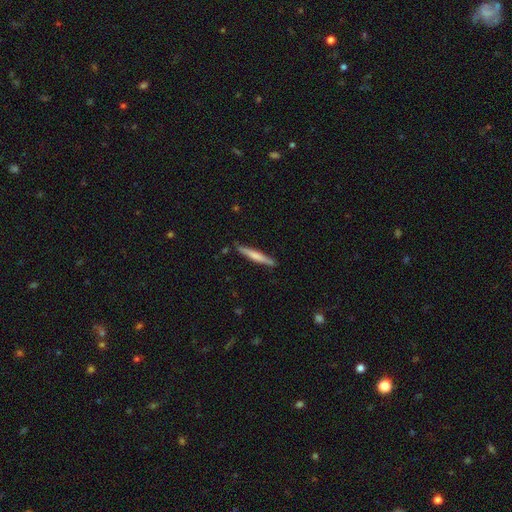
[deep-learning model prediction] Overall: smooth (58%; featured or disk 37%). How rounded: cigar-shaped (95%). Merging: none (86%).